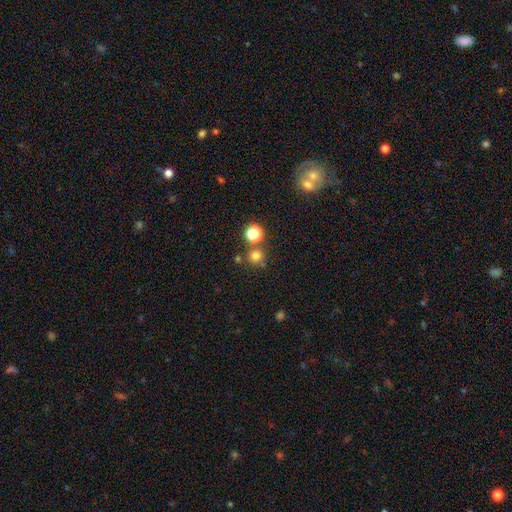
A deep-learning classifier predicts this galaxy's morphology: This appears to be a smooth galaxy with no disk features (74%) that is round (93%). Merging: none (74%).